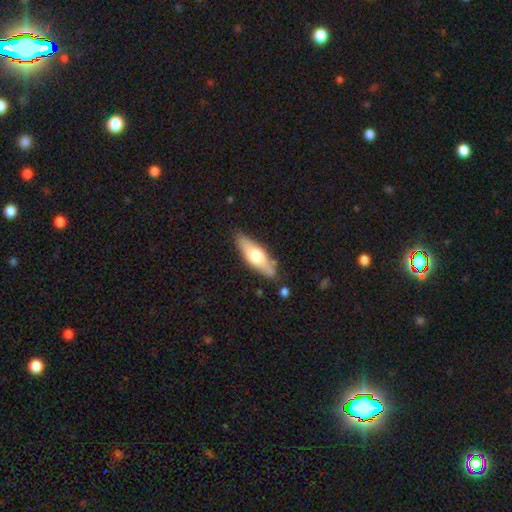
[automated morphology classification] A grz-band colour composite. It shows a smooth galaxy with no disk features (54%) that is in between round and cigar-shaped (51%). Merging: none (78%).